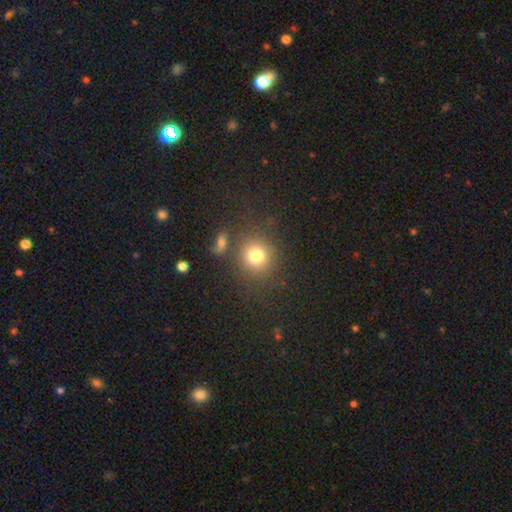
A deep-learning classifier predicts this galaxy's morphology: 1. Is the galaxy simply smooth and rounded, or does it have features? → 78% smooth, 14% star or artifact, 8% featured or disk.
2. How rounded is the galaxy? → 88% round, 11% in between, 1% cigar-shaped.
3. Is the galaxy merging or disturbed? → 79% none, 9% minor disturbance, 7% merger, 5% major disturbance.